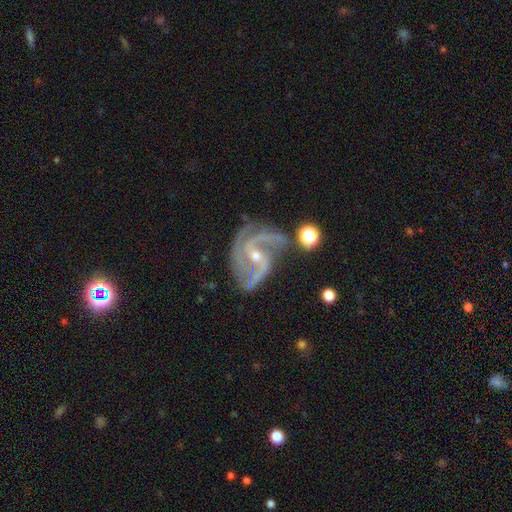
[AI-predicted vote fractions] This is clearly a featured or disk galaxy (91%). It is clearly not viewed edge-on (98%). Bar: marginally weak (41%). Spiral arm pattern: clearly yes (98%). Spiral arm count: possibly 2 (49%). Spiral winding: possibly medium (56%). Central bulge: likely small (61%). Merging: possibly none (55%).